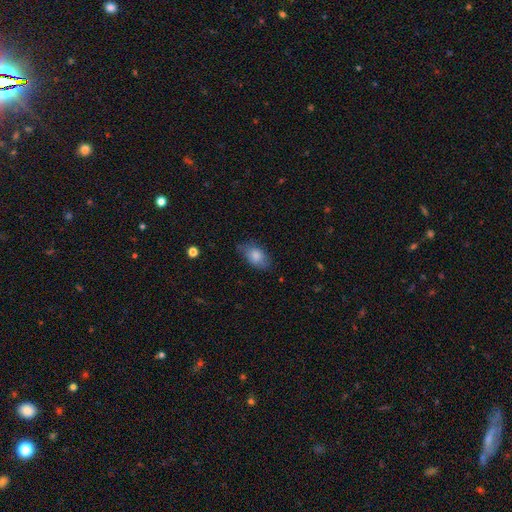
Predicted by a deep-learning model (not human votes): smooth 81%, featured or disk 12%, star or artifact 7%. Down the decision tree: how rounded — in between (89%); merging — none (68%).